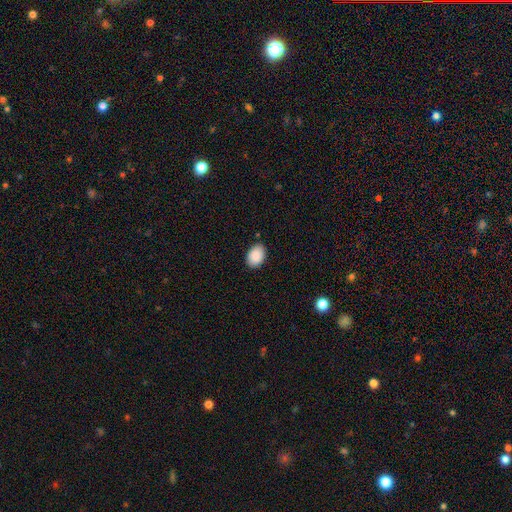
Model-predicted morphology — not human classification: A smooth galaxy with no disk features (90%) that is in between round and cigar-shaped (84%). Merging: none (86%).